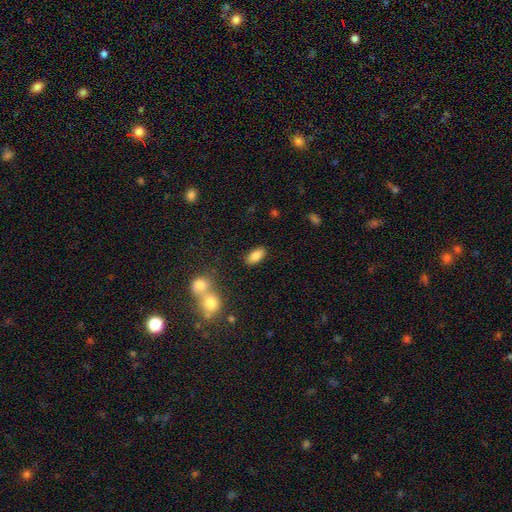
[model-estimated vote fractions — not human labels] A smooth galaxy with no disk features (84%) that is in between round and cigar-shaped (90%). Merging: none (83%).